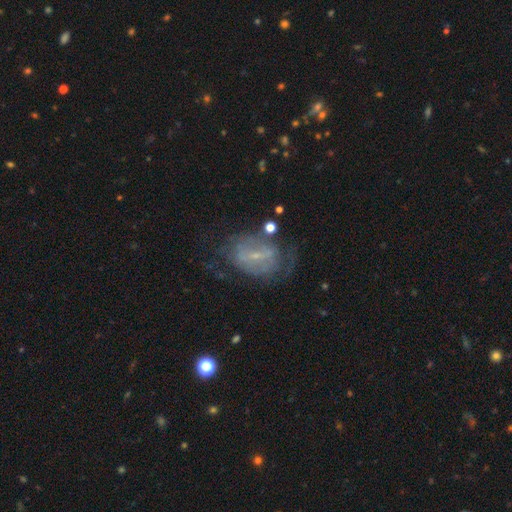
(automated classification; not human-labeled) smooth-or-featured: featured or disk: 66% | smooth: 23% | star or artifact: 11%
  disk-edge-on: no: 94% | yes: 6%
    bar: weak: 46% | strong: 28% | no: 27%
    has-spiral-arms: yes: 59% | no: 41%
    bulge-size: small: 73% | moderate: 14% | none: 10% | large: 1% | dominant: 1%
  merging: none: 50% | major disturbance: 23% | minor disturbance: 23% | merger: 5%